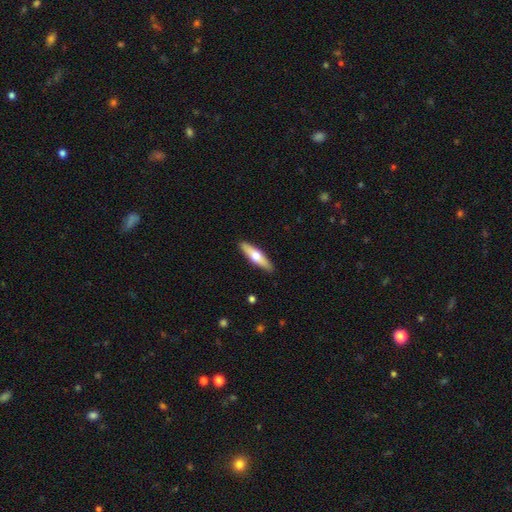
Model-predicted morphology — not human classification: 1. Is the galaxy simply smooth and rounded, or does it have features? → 51% smooth, 45% featured or disk, 5% star or artifact.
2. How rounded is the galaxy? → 72% cigar-shaped, 27% in between, 2% round.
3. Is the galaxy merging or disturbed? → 90% none, 8% minor disturbance, 2% major disturbance, 1% merger.